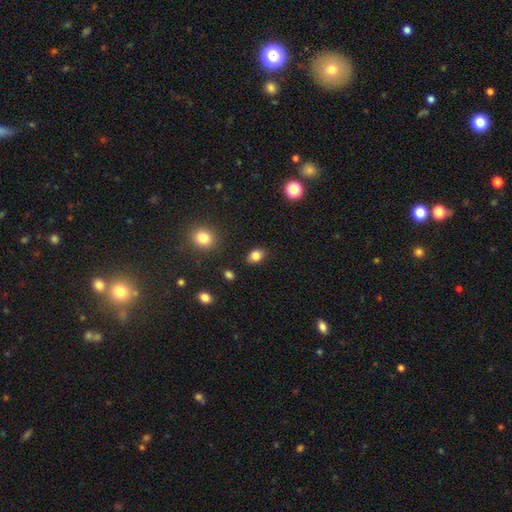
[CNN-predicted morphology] This appears to be a smooth galaxy with no disk features (84%) that is in between round and cigar-shaped (66%). Merging: none (84%).